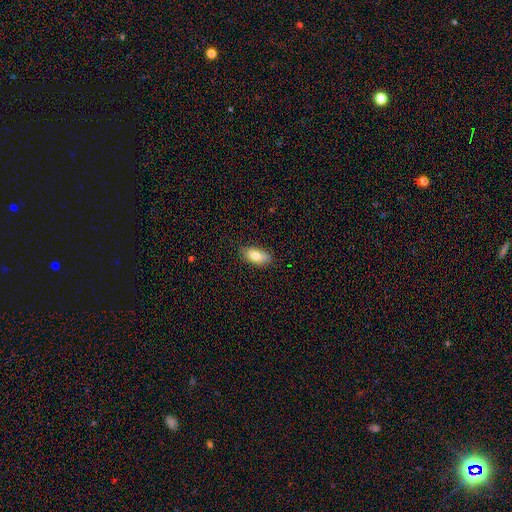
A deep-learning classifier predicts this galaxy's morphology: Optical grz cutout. It shows a smooth galaxy with no disk features (82%) that is in between round and cigar-shaped (88%). Merging: none (81%).